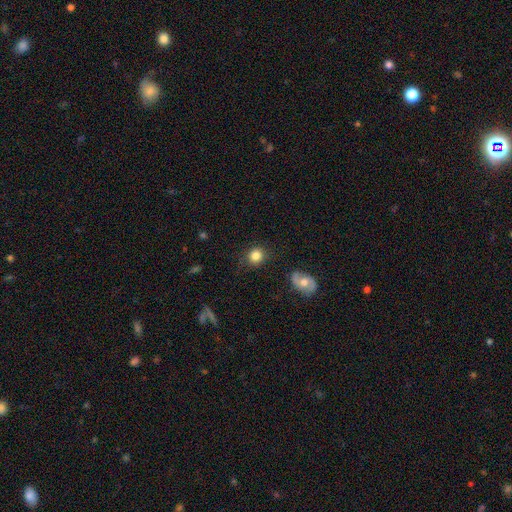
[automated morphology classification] This is clearly a smooth galaxy (83%). How rounded: clearly round (86%). Merging: clearly none (81%).